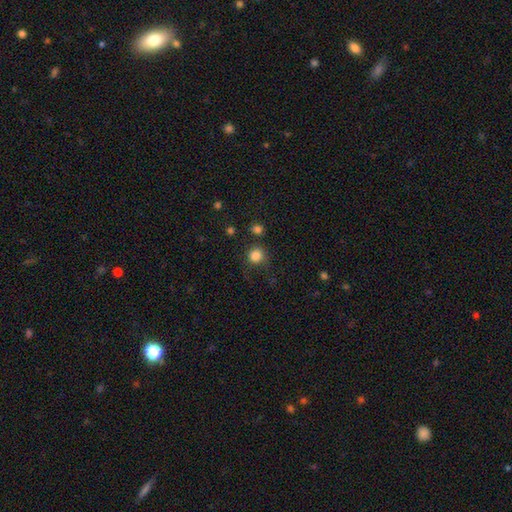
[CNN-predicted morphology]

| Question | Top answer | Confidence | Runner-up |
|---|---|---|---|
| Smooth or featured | smooth | 83% | star or artifact (12%) |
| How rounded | round | 92% | in between (7%) |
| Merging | none | 77% | minor disturbance (12%) |